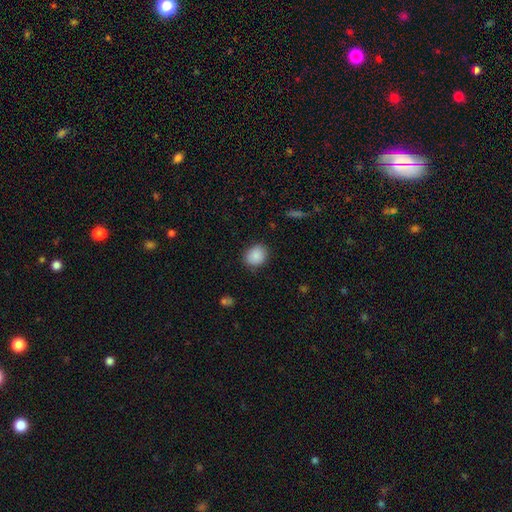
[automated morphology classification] Smooth or featured: smooth — 88% (star or artifact — 8%)
How rounded: round — 63% (in between — 36%)
Merging: none — 85% (minor disturbance — 11%)